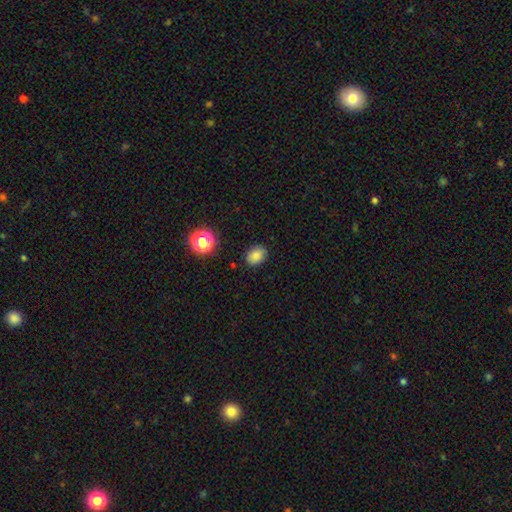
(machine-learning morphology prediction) Overall: smooth (83%). How rounded: in between (66%; round 33%). Merging: none (86%).